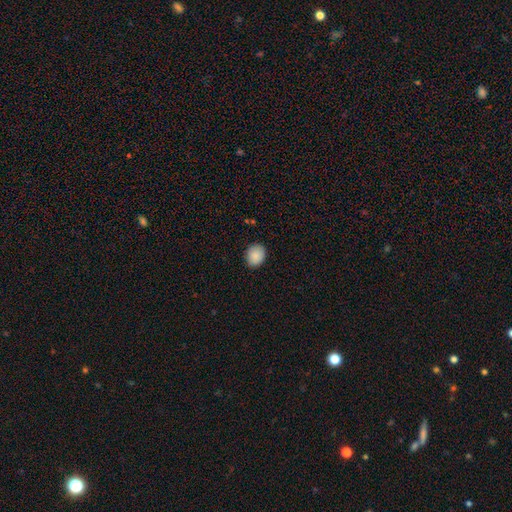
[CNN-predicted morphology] smooth 89%, star or artifact 7%, featured or disk 3%. Down the decision tree: how rounded — round (50%); merging — none (86%).